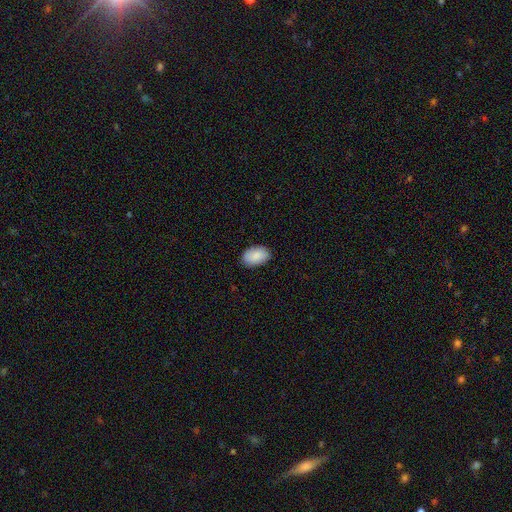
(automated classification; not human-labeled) Smooth or featured? Predicted: smooth (p=0.88). How rounded? Predicted: in between (p=0.92). Merging? Predicted: none (p=0.87).